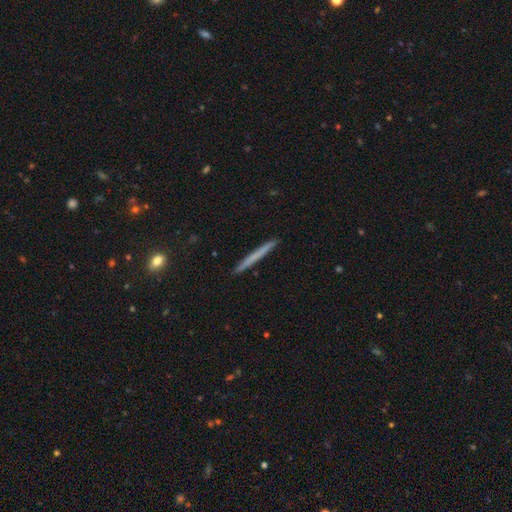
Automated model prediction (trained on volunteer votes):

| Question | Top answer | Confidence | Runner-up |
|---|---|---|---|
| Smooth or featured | smooth | 61% | featured or disk (33%) |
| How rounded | cigar-shaped | 97% | in between (1%) |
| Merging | none | 92% | minor disturbance (6%) |